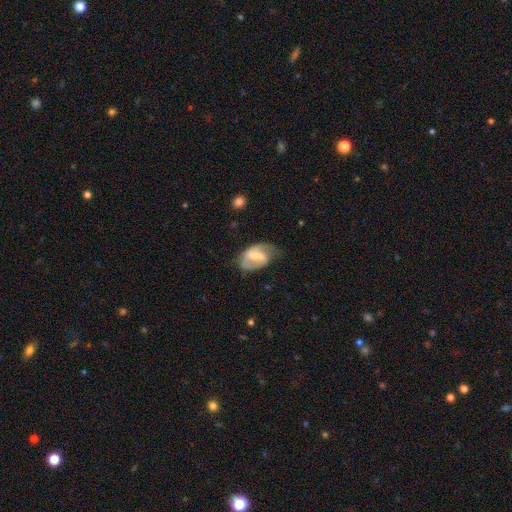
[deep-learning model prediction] Smooth or featured? featured or disk (68%)
Edge-on disk? no (96%)
Bar? weak (45%)
Spiral arms? yes (83%)
Spiral winding? medium (47%)
Spiral arm count? 2 (77%)
Bulge size? small (45%)
Merging? none (58%)